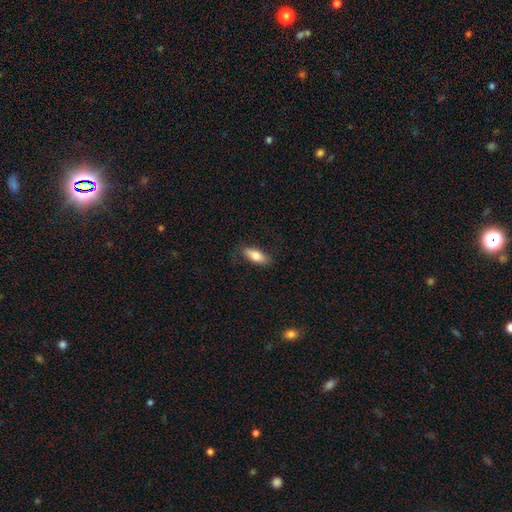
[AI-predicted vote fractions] Smooth or featured? smooth (77%)
How rounded? in between (72%)
Merging? none (85%)